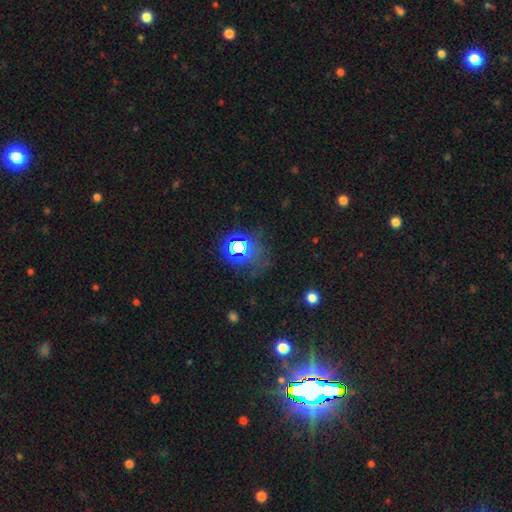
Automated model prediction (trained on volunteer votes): Smooth or featured? star or artifact (65%)